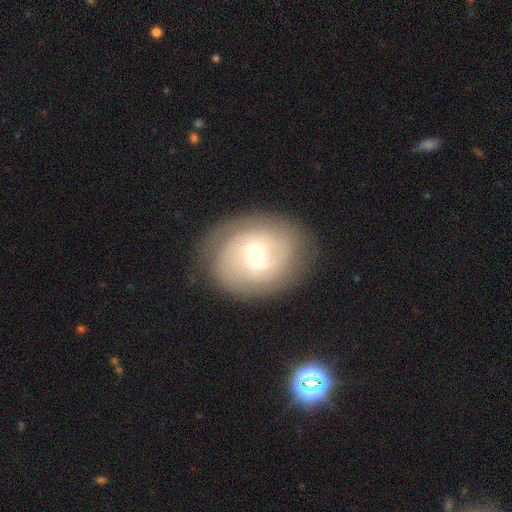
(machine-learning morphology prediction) Smooth or featured?
  - featured or disk: 71% *
  - smooth: 21%
  - star or artifact: 8%
Edge-on disk?
  - no: 96% *
  - yes: 4%
Bar?
  - weak: 58% *
  - strong: 23%
  - no: 20%
Spiral arms?
  - yes: 85% *
  - no: 15%
Spiral winding?
  - tight: 45% *
  - medium: 36%
  - loose: 20%
Spiral arm count?
  - 2: 51% *
  - can't tell: 28%
  - 3: 10%
  - 1: 4%
  - 4: 4%
  - more than 4: 3%
Bulge size?
  - moderate: 56% *
  - small: 36%
  - large: 6%
  - none: 1%
  - dominant: 1%
Merging?
  - none: 78% *
  - minor disturbance: 14%
  - major disturbance: 6%
  - merger: 2%